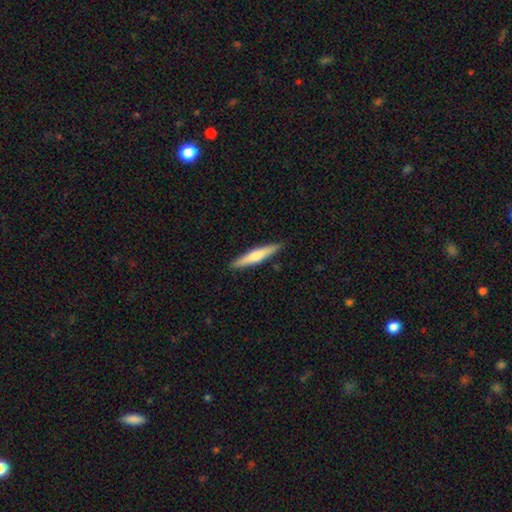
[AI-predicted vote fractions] Morphology: type=smooth (54%); roundness=cigar-shaped (91%); merging=none (90%).